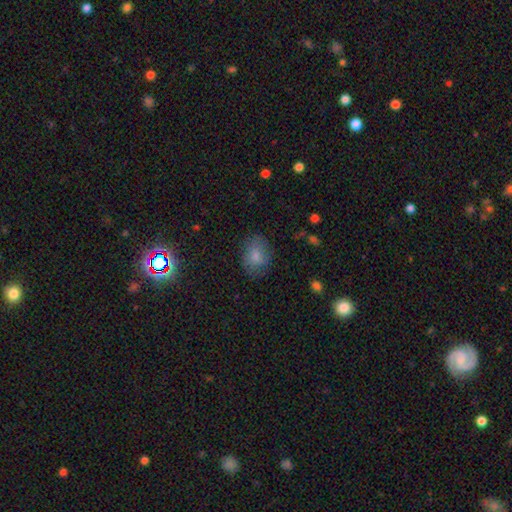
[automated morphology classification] A smooth galaxy with no disk features (79%) that is in between round and cigar-shaped (64%).

Vote fractions:
- Smooth or featured? smooth: 79% / featured or disk: 11% / star or artifact: 10%
- How rounded? in between: 64% / round: 35% / cigar-shaped: 1%
- Merging? none: 75% / minor disturbance: 18% / major disturbance: 6% / merger: 1%